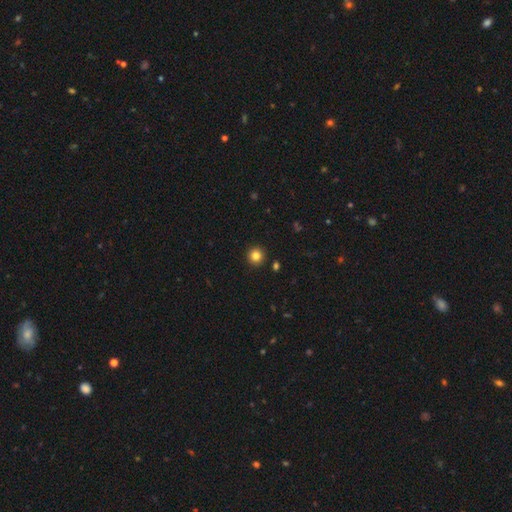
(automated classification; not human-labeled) Q: Smooth or featured?
A: smooth (84%); runner-up: star or artifact (12%)
Q: How rounded?
A: round (95%); runner-up: in between (4%)
Q: Merging?
A: none (93%); runner-up: minor disturbance (4%)